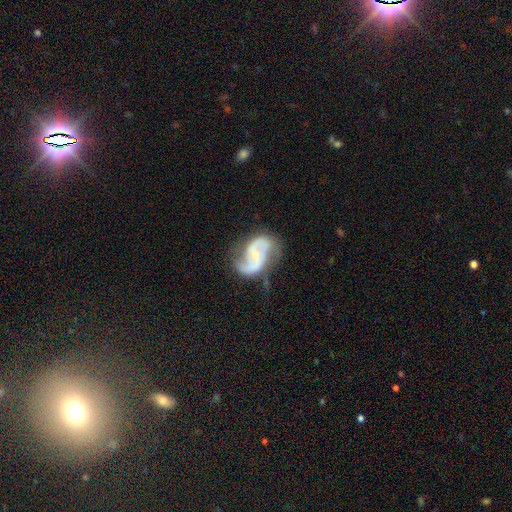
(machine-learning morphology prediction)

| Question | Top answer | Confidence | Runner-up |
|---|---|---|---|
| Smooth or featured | featured or disk | 86% | smooth (9%) |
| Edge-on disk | no | 98% | yes (2%) |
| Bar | no | 46% | weak (39%) |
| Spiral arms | yes | 95% | no (5%) |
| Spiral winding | medium | 48% | loose (37%) |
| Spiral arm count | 2 | 90% | can't tell (4%) |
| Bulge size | small | 64% | moderate (30%) |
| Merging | none | 64% | minor disturbance (23%) |